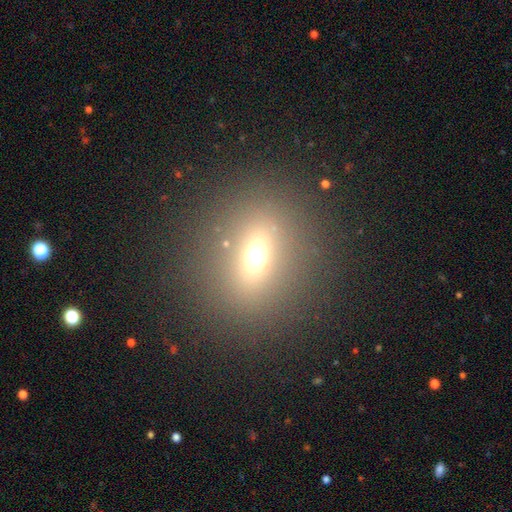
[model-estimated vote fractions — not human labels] The model was most divided on "how rounded": round: 58%, in between: 38%, cigar-shaped: 4%. More confident: merging — none (84%); smooth or featured — smooth (58%).